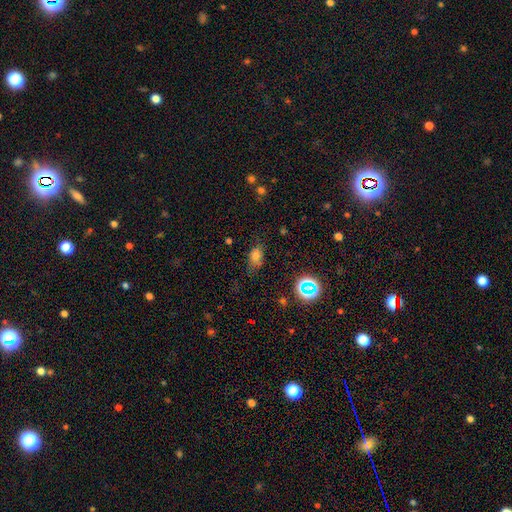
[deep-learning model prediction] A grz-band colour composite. It shows a smooth galaxy with no disk features (74%) that is in between round and cigar-shaped (81%). Merging: none (63%).